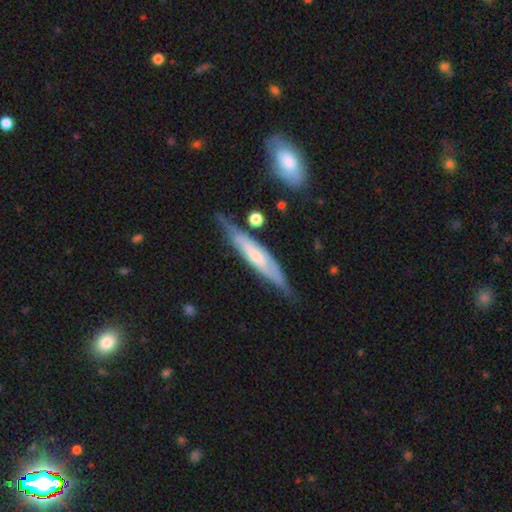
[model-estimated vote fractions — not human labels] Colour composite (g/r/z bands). It shows a featured or disk galaxy (58%) viewed edge-on (72%). Merging: none (63%).